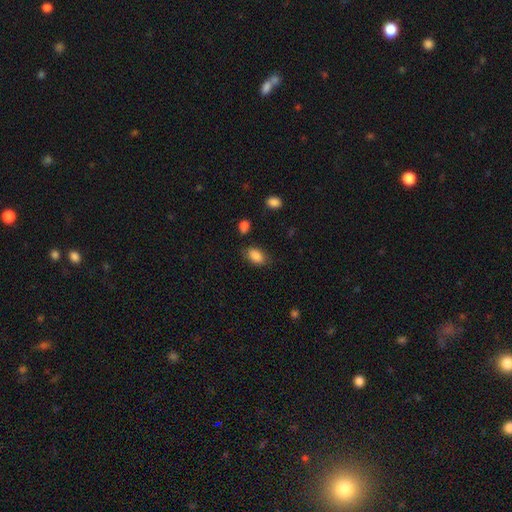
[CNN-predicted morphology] Smooth or featured? Predicted: smooth (p=0.87). How rounded? Predicted: in between (p=0.90). Merging? Predicted: none (p=0.76).